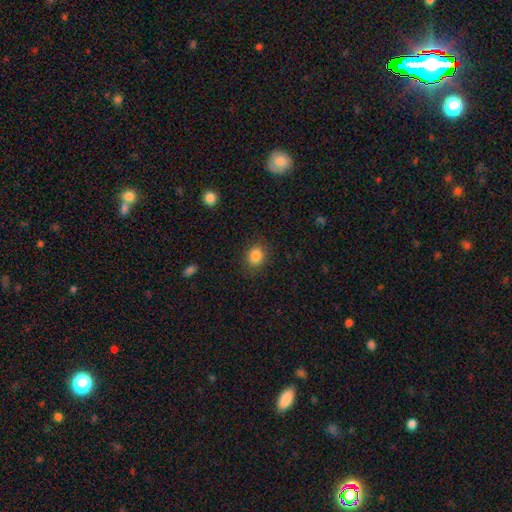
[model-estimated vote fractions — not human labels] Smooth or featured? Predicted: smooth (p=0.85). How rounded? Predicted: round (p=0.58). Merging? Predicted: none (p=0.85).